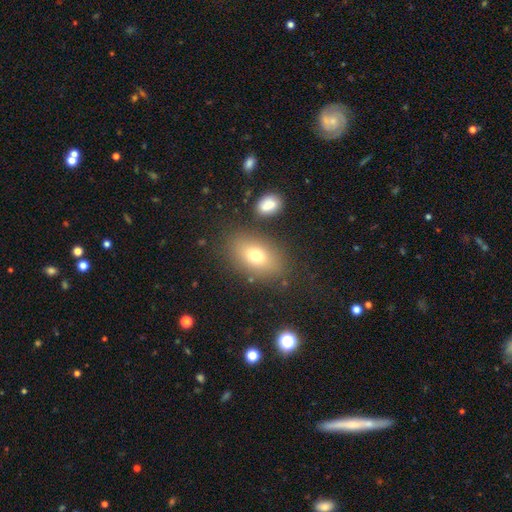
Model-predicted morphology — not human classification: Smooth or featured? smooth (73%)
How rounded? in between (84%)
Merging? none (79%)